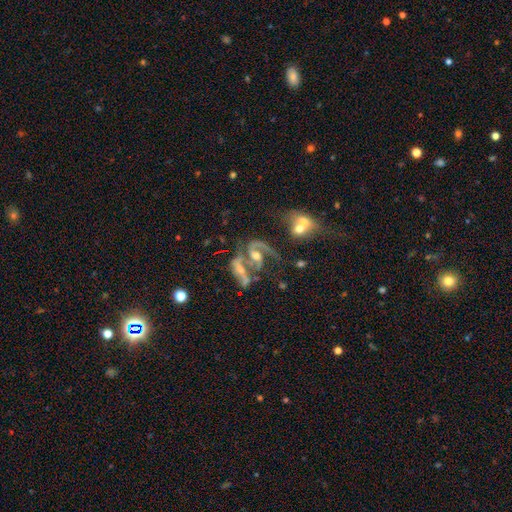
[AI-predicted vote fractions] Q: Smooth or featured?
A: featured or disk (80%); runner-up: smooth (10%)
Q: Edge-on disk?
A: no (95%); runner-up: yes (5%)
Q: Bar?
A: no (45%); runner-up: weak (34%)
Q: Spiral arms?
A: yes (85%); runner-up: no (15%)
Q: Spiral winding?
A: medium (42%); runner-up: loose (41%)
Q: Spiral arm count?
A: 2 (65%); runner-up: 1 (22%)
Q: Bulge size?
A: moderate (53%); runner-up: small (29%)
Q: Merging?
A: merger (50%); runner-up: none (21%)